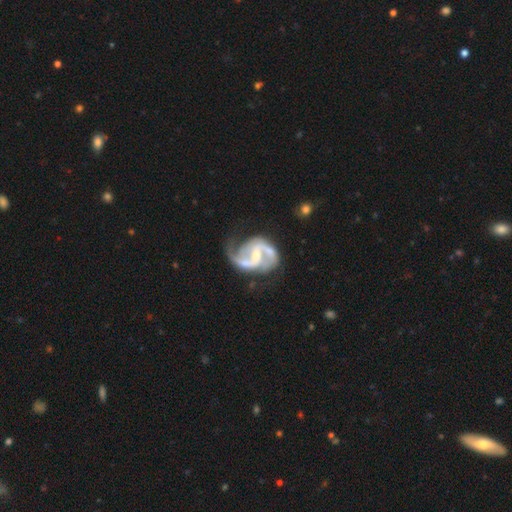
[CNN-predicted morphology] Q: Smooth or featured?
A: featured or disk (91%); runner-up: star or artifact (5%)
Q: Edge-on disk?
A: no (98%); runner-up: yes (2%)
Q: Bar?
A: weak (44%); runner-up: strong (34%)
Q: Spiral arms?
A: yes (97%); runner-up: no (3%)
Q: Spiral winding?
A: medium (54%); runner-up: loose (32%)
Q: Spiral arm count?
A: 2 (88%); runner-up: 3 (4%)
Q: Bulge size?
A: small (51%); runner-up: moderate (43%)
Q: Merging?
A: none (56%); runner-up: minor disturbance (24%)